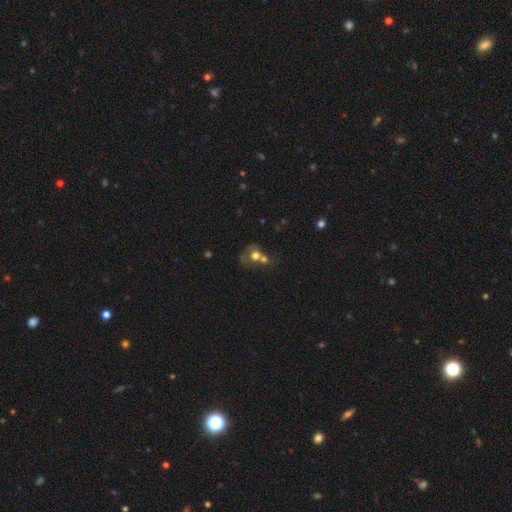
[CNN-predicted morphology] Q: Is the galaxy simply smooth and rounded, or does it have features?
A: smooth — 62%.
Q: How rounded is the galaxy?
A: round — 68%.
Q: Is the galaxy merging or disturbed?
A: merger — 56%.